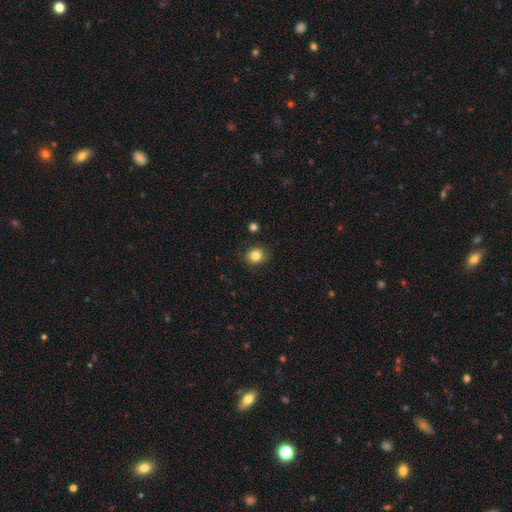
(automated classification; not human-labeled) This is clearly a smooth galaxy (83%). How rounded: likely round (79%). Merging: clearly none (88%).